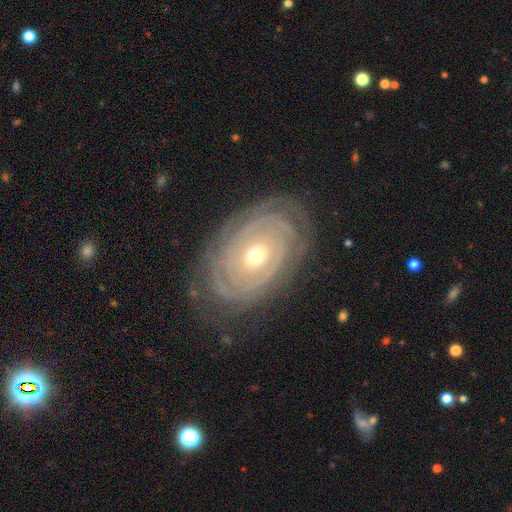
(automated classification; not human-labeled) smooth_or_featured: featured or disk (p=0.87) [alt: smooth p=0.08]
disk_edge_on: no (p=0.95) [alt: yes p=0.05]
bar: no (p=0.75) [alt: weak p=0.17]
has_spiral_arms: yes (p=0.93) [alt: no p=0.07]
spiral_winding: tight (p=0.87) [alt: medium p=0.10]
spiral_arm_count: can't tell (p=0.37) [alt: 2 p=0.21]
bulge_size: moderate (p=0.56) [alt: small p=0.40]
merging: none (p=0.79) [alt: minor disturbance p=0.15]